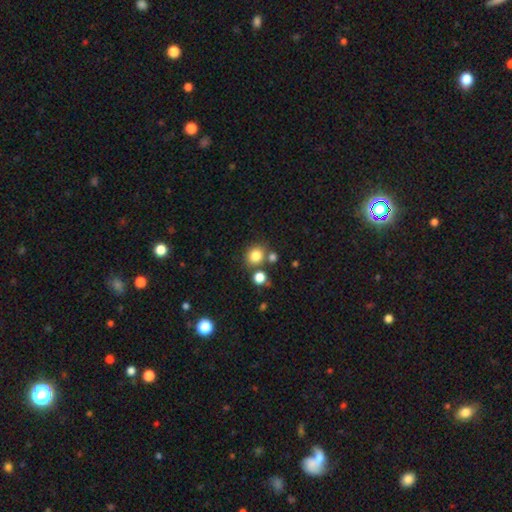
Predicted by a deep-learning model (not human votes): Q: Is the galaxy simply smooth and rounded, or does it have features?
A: smooth — 81%.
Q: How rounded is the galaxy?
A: round — 82%.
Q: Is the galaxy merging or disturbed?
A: none — 71%.